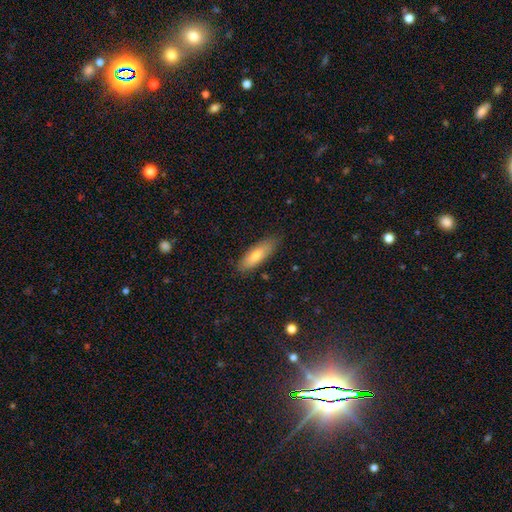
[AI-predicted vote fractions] Smooth or featured? smooth (72%)
How rounded? in between (53%)
Merging? none (83%)